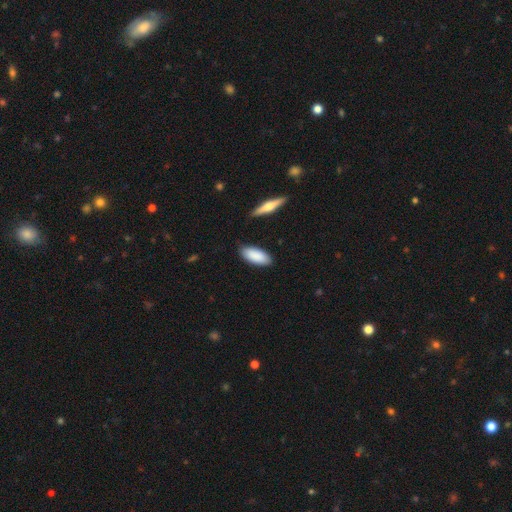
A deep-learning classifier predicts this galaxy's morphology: type=smooth (88%); roundness=in between (82%); merging=none (86%).